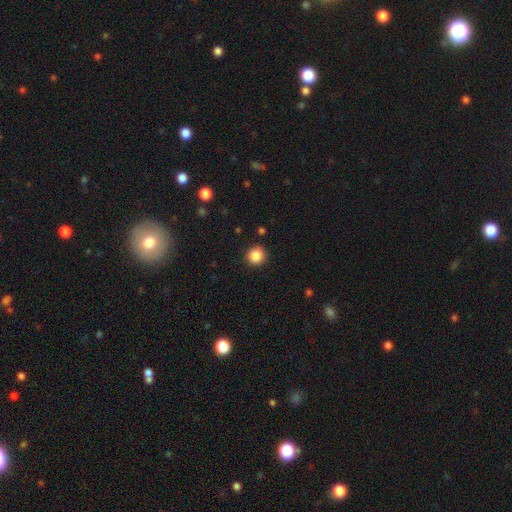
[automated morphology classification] Q: Smooth or featured?
A: smooth (86%); runner-up: star or artifact (10%)
Q: How rounded?
A: round (93%); runner-up: in between (6%)
Q: Merging?
A: none (90%); runner-up: minor disturbance (6%)